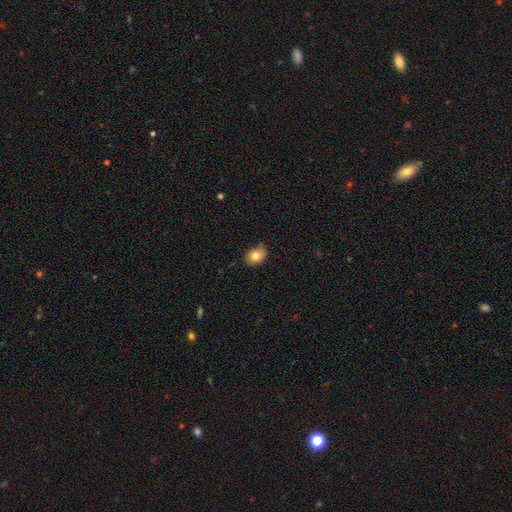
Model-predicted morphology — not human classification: smooth 80%, featured or disk 11%, star or artifact 9%. Down the decision tree: how rounded — in between (69%); merging — none (76%).